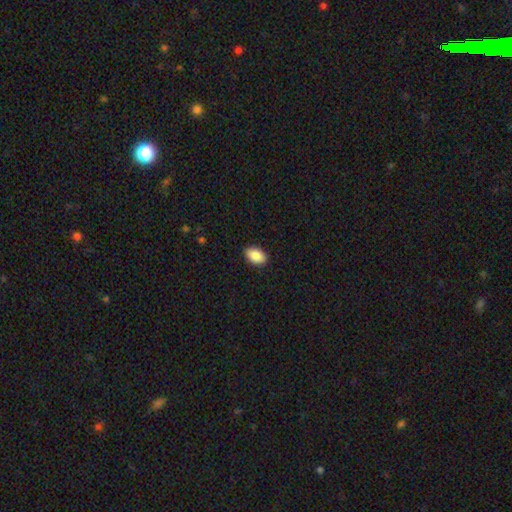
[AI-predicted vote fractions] Morphology: type=smooth (89%); roundness=in between (90%); merging=none (89%).